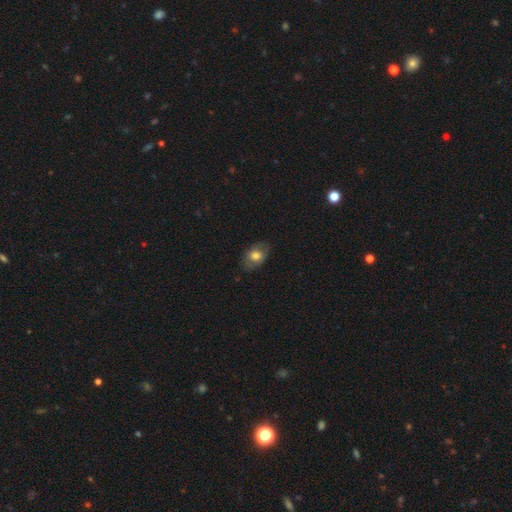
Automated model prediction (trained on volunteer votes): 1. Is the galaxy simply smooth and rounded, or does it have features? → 71% smooth, 21% featured or disk, 8% star or artifact.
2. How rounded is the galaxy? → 79% in between, 19% round, 1% cigar-shaped.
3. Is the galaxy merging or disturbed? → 78% none, 17% minor disturbance, 4% major disturbance, 1% merger.